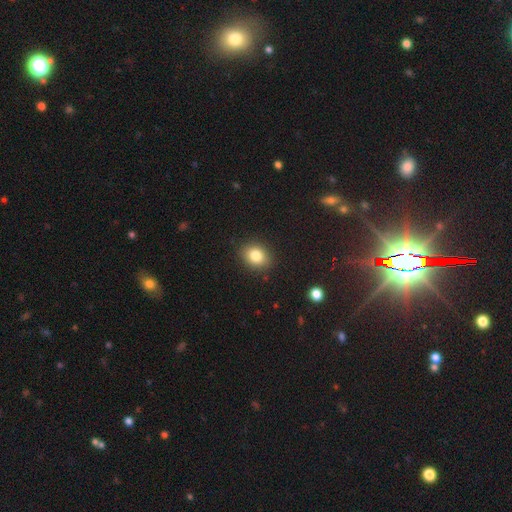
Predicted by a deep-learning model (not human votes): Smooth or featured?
  - smooth: 82% *
  - star or artifact: 10%
  - featured or disk: 7%
How rounded?
  - in between: 54% *
  - round: 45%
  - cigar-shaped: 1%
Merging?
  - none: 88% *
  - minor disturbance: 8%
  - major disturbance: 2%
  - merger: 1%